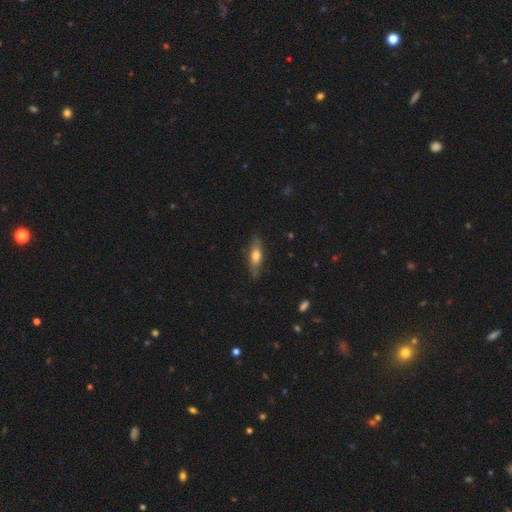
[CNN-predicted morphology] Smooth or featured: smooth — 59% (featured or disk — 34%)
How rounded: in between — 50% (cigar-shaped — 47%)
Merging: none — 79% (minor disturbance — 16%)